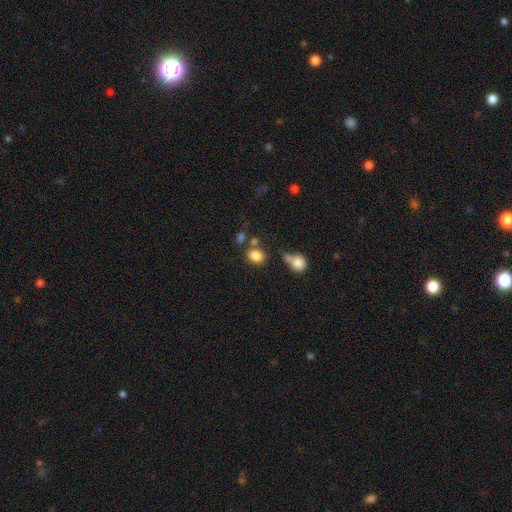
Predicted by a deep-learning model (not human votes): A smooth galaxy with no disk features (83%) that is in between round and cigar-shaped (51%).

Vote fractions:
- Smooth or featured? smooth: 83% / star or artifact: 11% / featured or disk: 6%
- How rounded? in between: 51% / round: 47% / cigar-shaped: 1%
- Merging? none: 60% / merger: 19% / minor disturbance: 15% / major disturbance: 6%